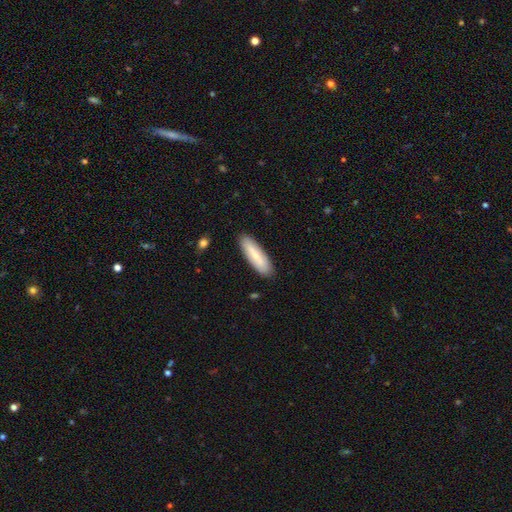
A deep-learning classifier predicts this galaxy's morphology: smooth-or-featured: smooth: 67% | featured or disk: 28% | star or artifact: 5%
  how-rounded: cigar-shaped: 56% | in between: 42% | round: 2%
  merging: none: 88% | minor disturbance: 9% | major disturbance: 2% | merger: 1%